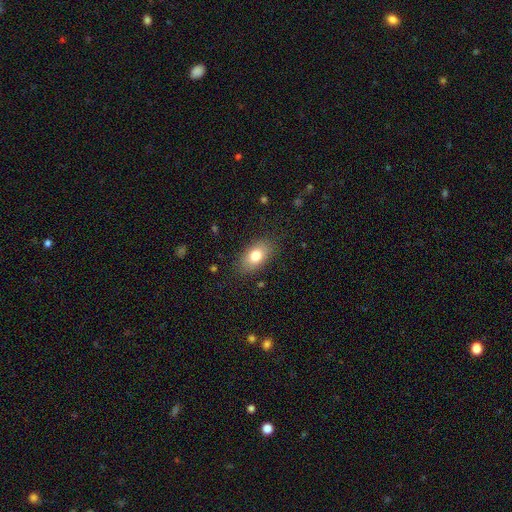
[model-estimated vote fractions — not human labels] Morphology: type=smooth (79%); roundness=in between (89%); merging=none (83%).